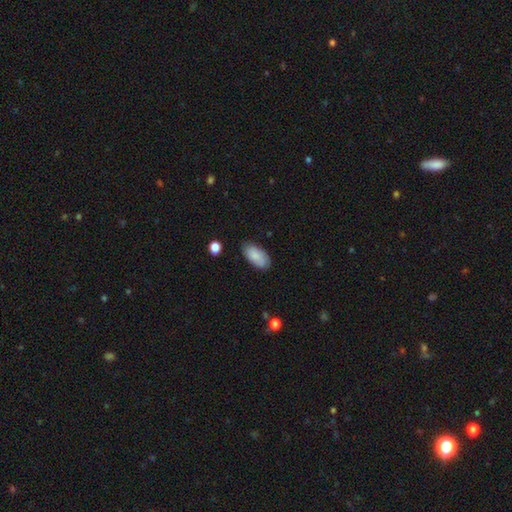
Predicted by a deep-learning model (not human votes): Smooth or featured: smooth — 86% (featured or disk — 8%)
How rounded: in between — 94% (cigar-shaped — 4%)
Merging: none — 80% (minor disturbance — 15%)